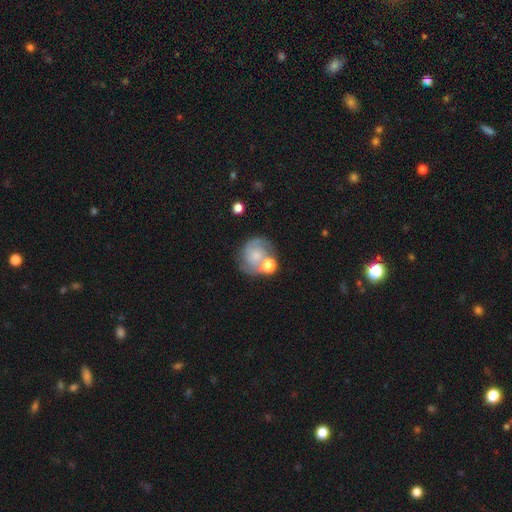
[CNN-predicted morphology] A featured or disk galaxy (61%) with no bar (74%), 2 (70%) tight (44%) spiral arms (84%) and a small central bulge (46%). Merging: none (50%).